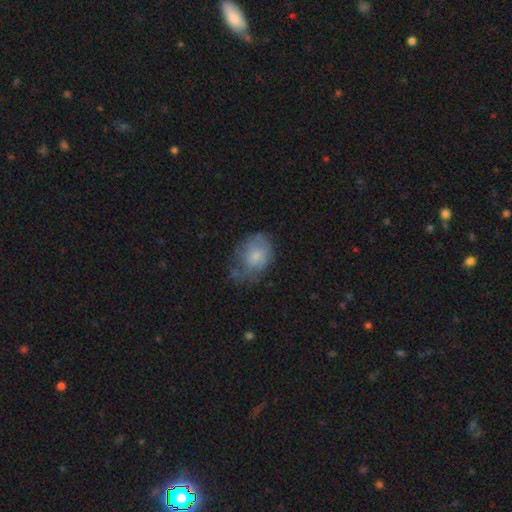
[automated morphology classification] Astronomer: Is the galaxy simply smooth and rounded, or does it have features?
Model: smooth — 61%.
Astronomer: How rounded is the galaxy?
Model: in between — 66%.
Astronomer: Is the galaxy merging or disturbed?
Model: none — 40% (runner-up: minor disturbance, 35%).